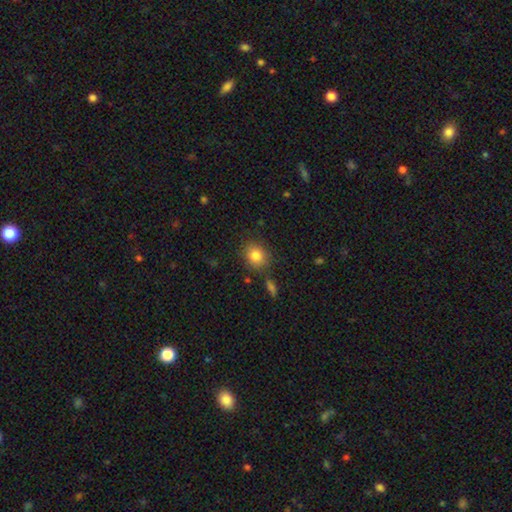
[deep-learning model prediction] A smooth galaxy with no disk features (83%) that is round (69%).

Vote fractions:
- Smooth or featured? smooth: 83% / star or artifact: 10% / featured or disk: 7%
- How rounded? round: 69% / in between: 30% / cigar-shaped: 1%
- Merging? none: 82% / minor disturbance: 11% / merger: 4% / major disturbance: 3%